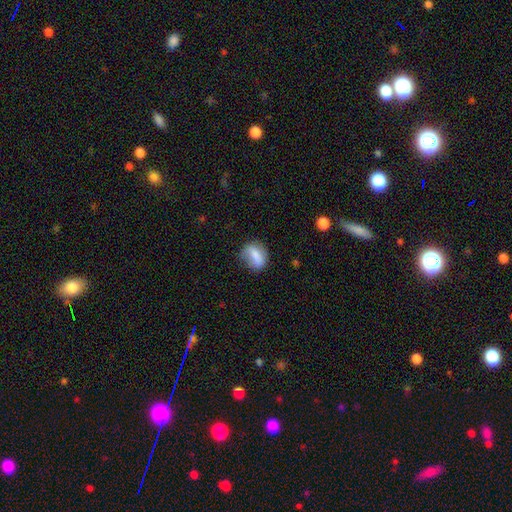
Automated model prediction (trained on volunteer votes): Morphology: type=smooth (72%); roundness=in between (57%); merging=none (65%).